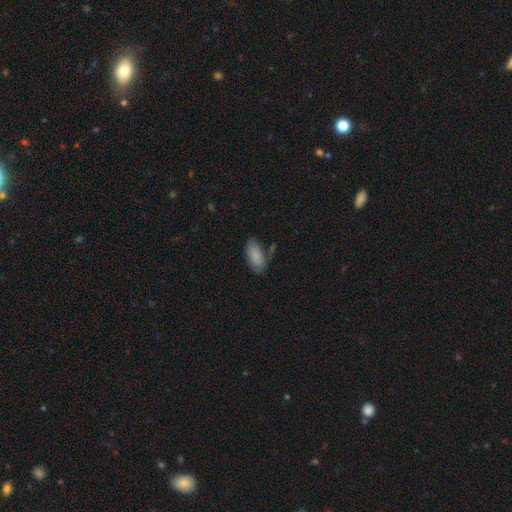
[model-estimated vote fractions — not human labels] smooth_or_featured: smooth (p=0.85) [alt: featured or disk p=0.08]
how_rounded: in between (p=0.93) [alt: cigar-shaped p=0.04]
merging: none (p=0.65) [alt: minor disturbance p=0.21]